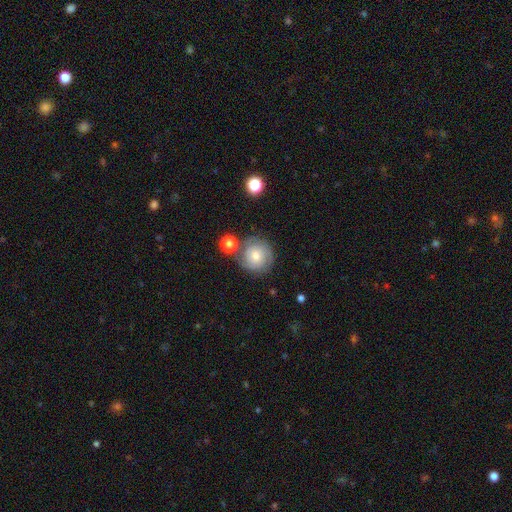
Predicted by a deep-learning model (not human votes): Morphology: type=smooth (48%); merging=none (67%).